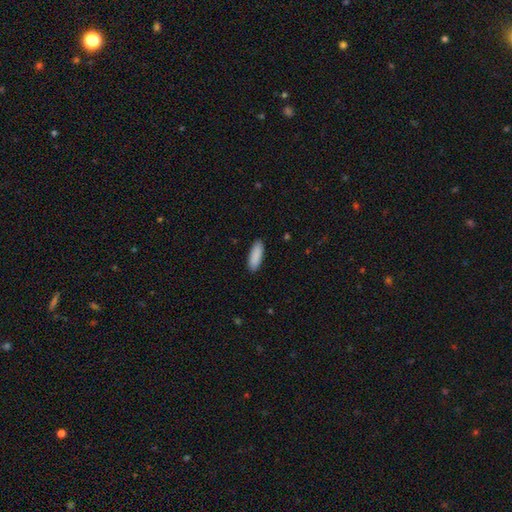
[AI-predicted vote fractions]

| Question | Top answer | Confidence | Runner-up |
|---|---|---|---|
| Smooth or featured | smooth | 90% | star or artifact (5%) |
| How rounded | in between | 62% | cigar-shaped (37%) |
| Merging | none | 90% | minor disturbance (8%) |